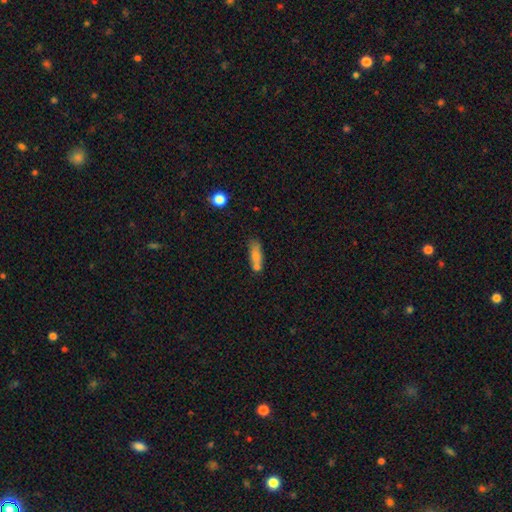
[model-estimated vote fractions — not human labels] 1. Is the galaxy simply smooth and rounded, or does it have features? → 68% smooth, 22% featured or disk, 10% star or artifact.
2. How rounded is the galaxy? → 57% in between, 37% cigar-shaped, 6% round.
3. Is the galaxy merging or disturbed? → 43% none, 33% merger, 17% minor disturbance, 7% major disturbance.